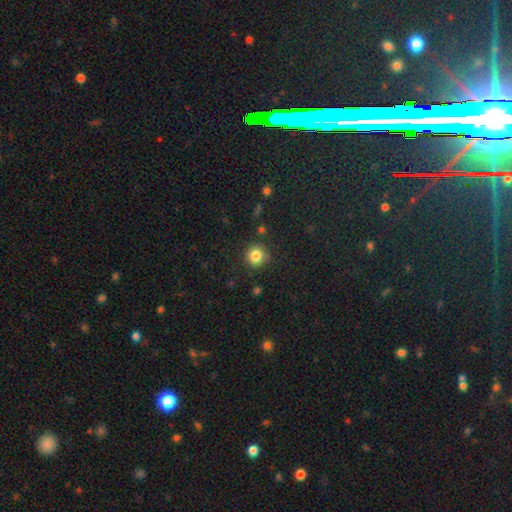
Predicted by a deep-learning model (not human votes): smooth-or-featured: smooth: 84% | star or artifact: 11% | featured or disk: 5%
  how-rounded: round: 91% | in between: 8% | cigar-shaped: 1%
  merging: none: 87% | minor disturbance: 8% | major disturbance: 3% | merger: 2%